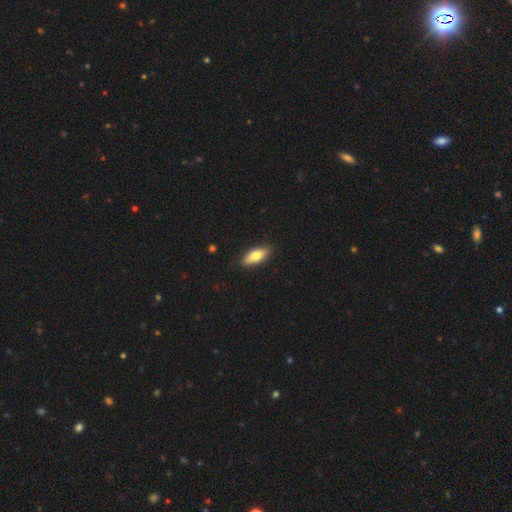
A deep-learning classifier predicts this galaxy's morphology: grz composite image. It shows a smooth galaxy with no disk features (74%) that is in between round and cigar-shaped (75%). Merging: none (86%).